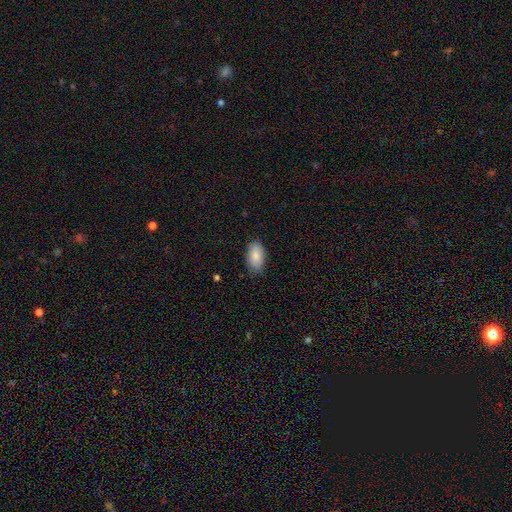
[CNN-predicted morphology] type=smooth (87%); roundness=in between (94%); merging=none (79%).